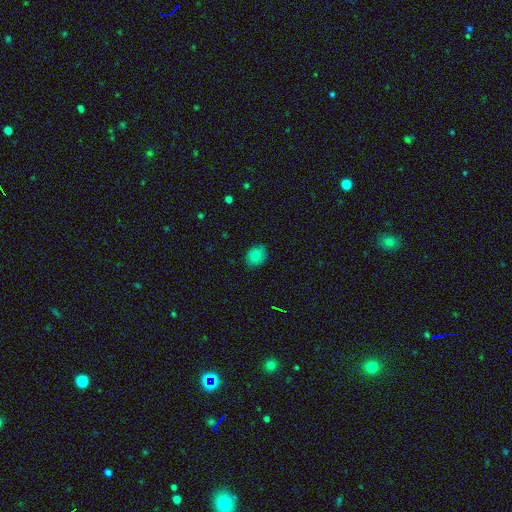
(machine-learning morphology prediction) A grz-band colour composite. It shows a smooth galaxy with no disk features (82%) that is in between round and cigar-shaped (57%). Merging: none (83%).